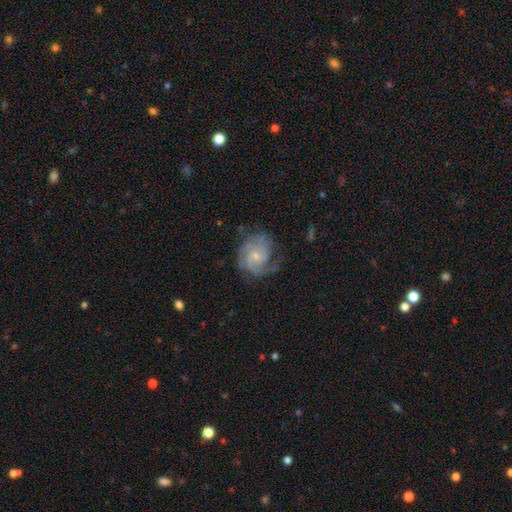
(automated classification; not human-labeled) smooth-or-featured: featured or disk: 82% | smooth: 12% | star or artifact: 6%
  disk-edge-on: no: 98% | yes: 2%
    bar: no: 71% | weak: 26% | strong: 3%
    has-spiral-arms: yes: 95% | no: 5%
      spiral-winding: tight: 51% | medium: 37% | loose: 12%
      spiral-arm-count: 2: 30% | can't tell: 24% | 3: 24% | 1: 10% | 4: 7% | more than 4: 5%
    bulge-size: small: 68% | moderate: 25% | none: 4% | large: 2% | dominant: 1%
  merging: none: 64% | minor disturbance: 20% | major disturbance: 14% | merger: 2%